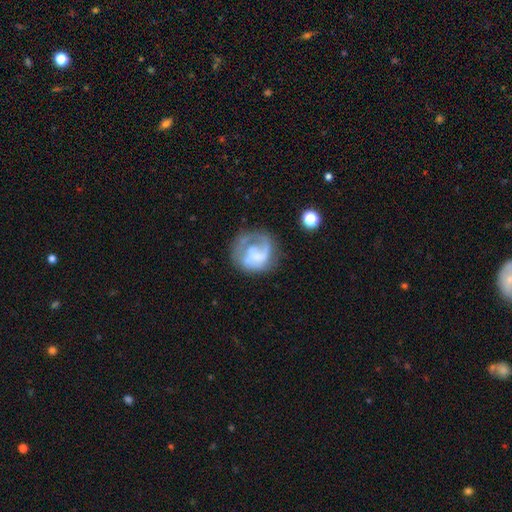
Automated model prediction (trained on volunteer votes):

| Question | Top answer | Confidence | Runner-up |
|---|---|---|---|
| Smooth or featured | featured or disk | 61% | smooth (31%) |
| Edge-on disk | no | 98% | yes (2%) |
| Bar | no | 70% | weak (23%) |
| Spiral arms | yes | 59% | no (41%) |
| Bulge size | none | 55% | moderate (16%) |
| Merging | none | 46% | major disturbance (30%) |